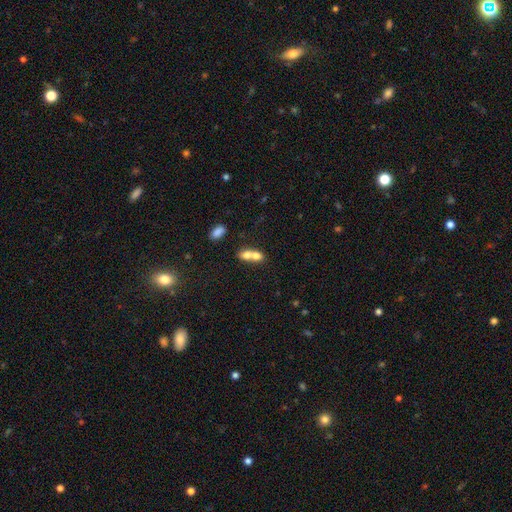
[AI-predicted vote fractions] Smooth or featured?
  - smooth: 70% *
  - featured or disk: 20%
  - star or artifact: 10%
How rounded?
  - in between: 59% *
  - round: 35%
  - cigar-shaped: 6%
Merging?
  - merger: 74% *
  - none: 17%
  - minor disturbance: 5%
  - major disturbance: 3%